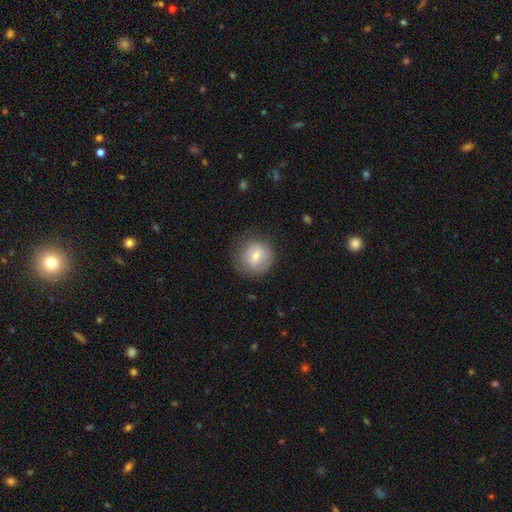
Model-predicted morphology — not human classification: smooth_or_featured: smooth (p=0.65) [alt: featured or disk p=0.27]
how_rounded: round (p=0.92) [alt: in between p=0.07]
merging: none (p=0.77) [alt: minor disturbance p=0.16]